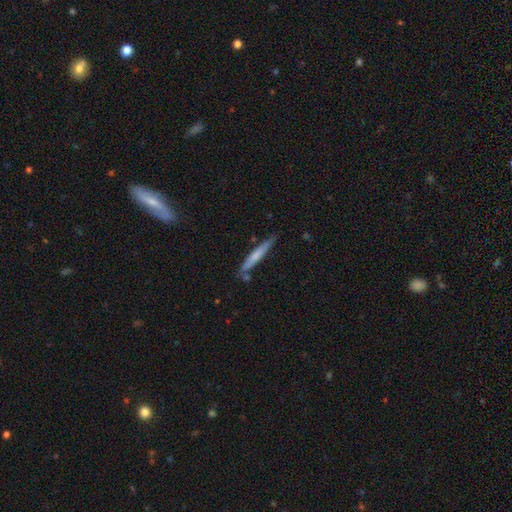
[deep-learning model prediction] Smooth or featured: smooth — 58% (featured or disk — 37%)
How rounded: cigar-shaped — 95% (in between — 4%)
Merging: none — 80% (minor disturbance — 14%)